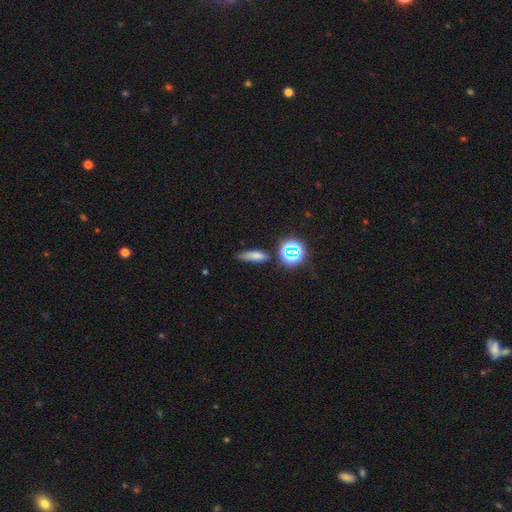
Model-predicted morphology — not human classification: Q: Smooth or featured?
A: smooth (69%); runner-up: star or artifact (19%)
Q: How rounded?
A: cigar-shaped (48%); runner-up: in between (43%)
Q: Merging?
A: none (63%); runner-up: minor disturbance (25%)